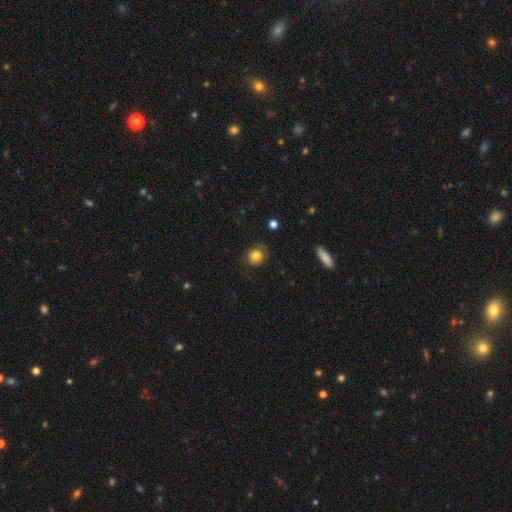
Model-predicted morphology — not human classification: Q: Smooth or featured?
A: smooth (70%); runner-up: featured or disk (21%)
Q: How rounded?
A: round (78%); runner-up: in between (21%)
Q: Merging?
A: none (73%); runner-up: minor disturbance (18%)